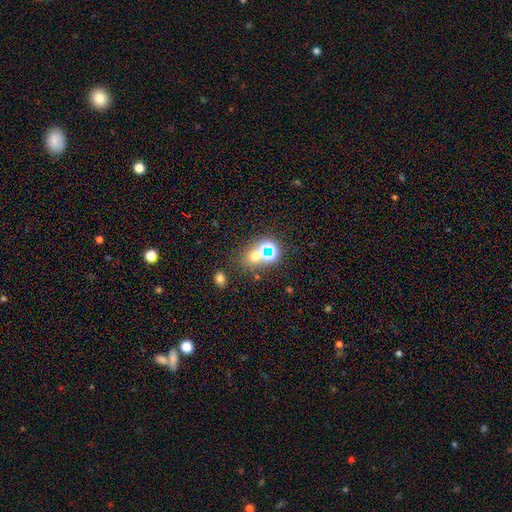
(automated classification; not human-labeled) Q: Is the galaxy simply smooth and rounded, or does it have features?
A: smooth — 50%.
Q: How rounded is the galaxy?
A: round — 69%.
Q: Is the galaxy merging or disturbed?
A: none — 60%.